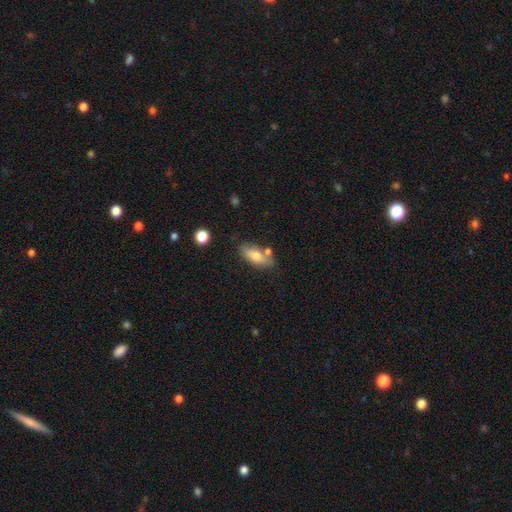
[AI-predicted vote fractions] The model was most divided on "how rounded": in between: 72%, cigar-shaped: 25%, round: 3%. More confident: merging — none (70%); smooth or featured — smooth (70%).